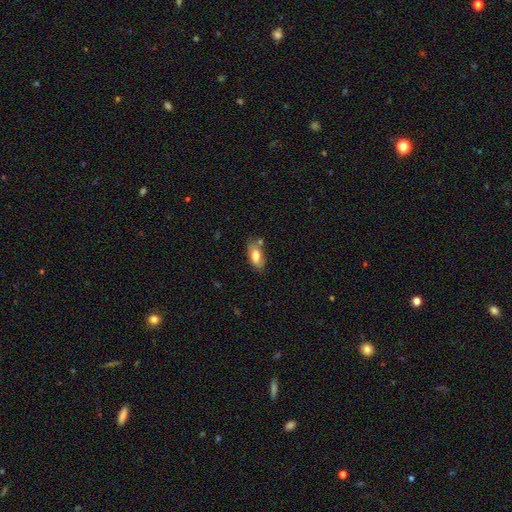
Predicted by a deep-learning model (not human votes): smooth_or_featured: smooth (p=0.77) [alt: featured or disk p=0.16]
how_rounded: in between (p=0.87) [alt: cigar-shaped p=0.09]
merging: none (p=0.65) [alt: minor disturbance p=0.20]